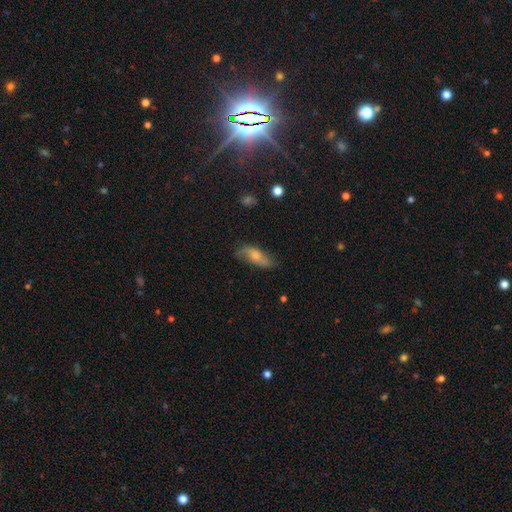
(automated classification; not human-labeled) Smooth or featured: smooth — 61% (featured or disk — 32%)
How rounded: in between — 70% (cigar-shaped — 26%)
Merging: none — 67% (minor disturbance — 24%)